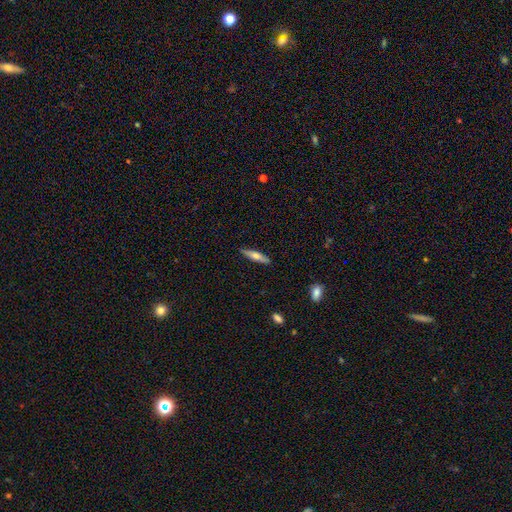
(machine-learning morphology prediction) Smooth or featured? Predicted: smooth (p=0.55). How rounded? Predicted: cigar-shaped (p=0.82). Merging? Predicted: none (p=0.88).